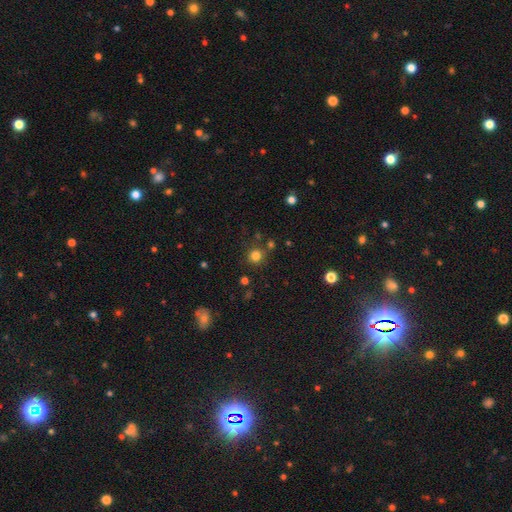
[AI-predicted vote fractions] smooth_or_featured: smooth (p=0.79) [alt: star or artifact p=0.15]
how_rounded: round (p=0.92) [alt: in between p=0.07]
merging: none (p=0.80) [alt: minor disturbance p=0.09]